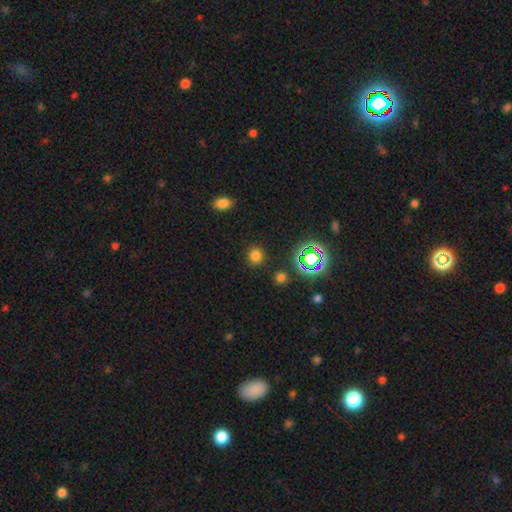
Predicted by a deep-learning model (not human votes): Smooth or featured? smooth (75%)
How rounded? round (89%)
Merging? none (88%)